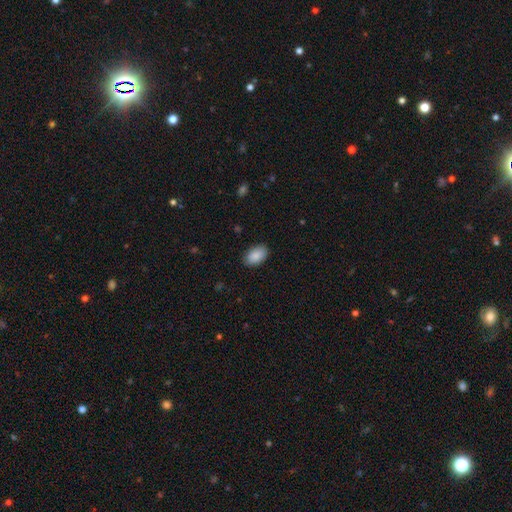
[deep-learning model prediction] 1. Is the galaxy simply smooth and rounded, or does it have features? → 89% smooth, 6% star or artifact, 5% featured or disk.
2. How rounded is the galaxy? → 92% in between, 6% round, 1% cigar-shaped.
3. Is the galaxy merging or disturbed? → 87% none, 10% minor disturbance, 2% major disturbance, 1% merger.